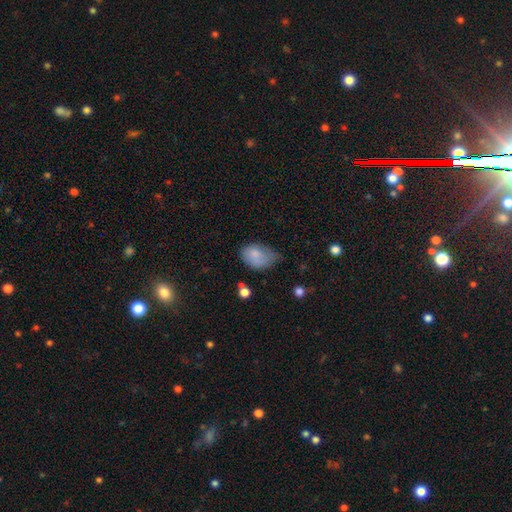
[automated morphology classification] This appears to be a smooth galaxy with no disk features (79%) that is in between round and cigar-shaped (84%). Merging: minor disturbance (45%).